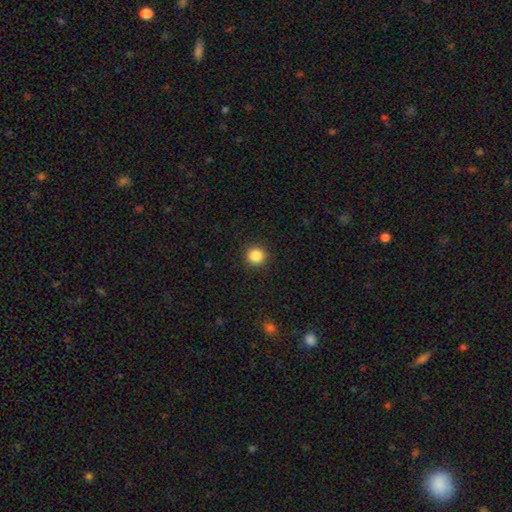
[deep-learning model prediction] Smooth or featured? Predicted: smooth (p=0.86). How rounded? Predicted: round (p=0.94). Merging? Predicted: none (p=0.92).